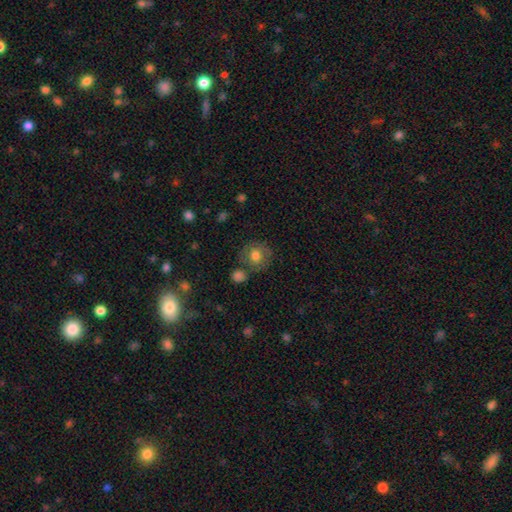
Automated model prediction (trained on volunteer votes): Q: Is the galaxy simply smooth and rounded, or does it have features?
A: smooth — 72%.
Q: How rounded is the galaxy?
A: round — 84%.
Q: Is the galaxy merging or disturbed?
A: none — 72%.